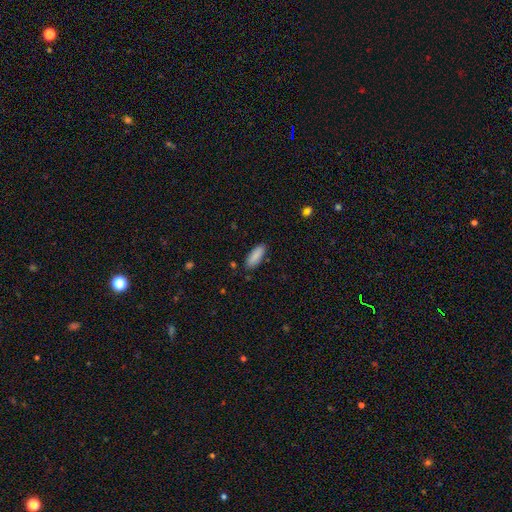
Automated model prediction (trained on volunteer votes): This appears to be a smooth galaxy with no disk features (88%) that is in between round and cigar-shaped (66%). Merging: none (85%).